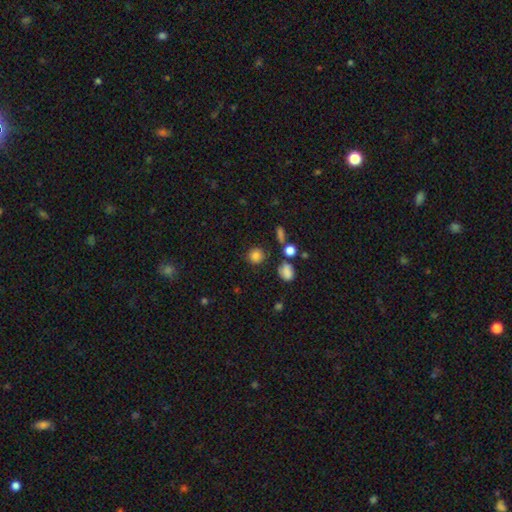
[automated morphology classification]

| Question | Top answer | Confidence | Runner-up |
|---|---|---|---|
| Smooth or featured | smooth | 82% | star or artifact (12%) |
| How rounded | round | 89% | in between (10%) |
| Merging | none | 83% | minor disturbance (9%) |